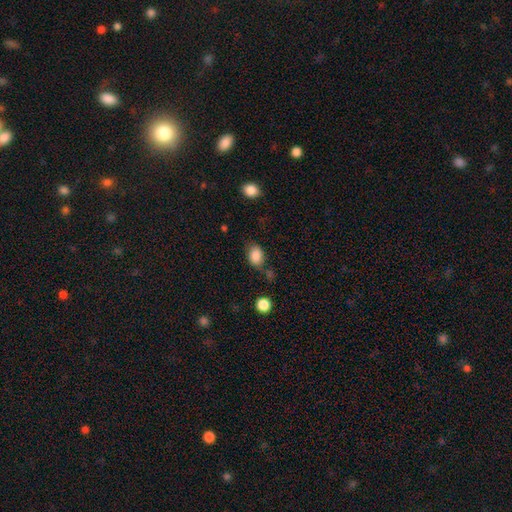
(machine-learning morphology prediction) This appears to be a smooth galaxy with no disk features (86%) that is in between round and cigar-shaped (70%). Merging: none (68%).